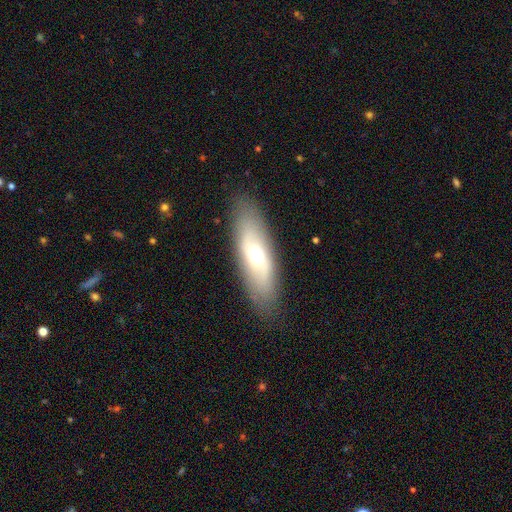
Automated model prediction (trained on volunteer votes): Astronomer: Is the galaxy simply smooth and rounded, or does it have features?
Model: smooth — 54% (runner-up: featured or disk, 38%).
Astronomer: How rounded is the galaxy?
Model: in between — 62%.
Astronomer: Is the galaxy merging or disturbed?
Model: none — 85%.